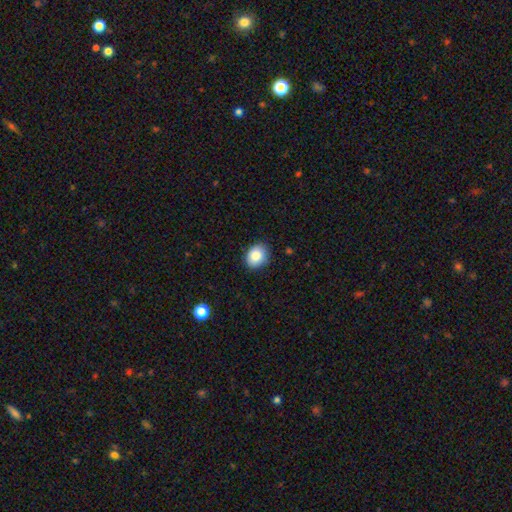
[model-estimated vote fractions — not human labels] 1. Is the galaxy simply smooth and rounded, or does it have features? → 87% smooth, 8% star or artifact, 5% featured or disk.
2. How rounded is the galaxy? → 52% round, 47% in between, 1% cigar-shaped.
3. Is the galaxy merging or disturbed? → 86% none, 11% minor disturbance, 2% major disturbance, 1% merger.